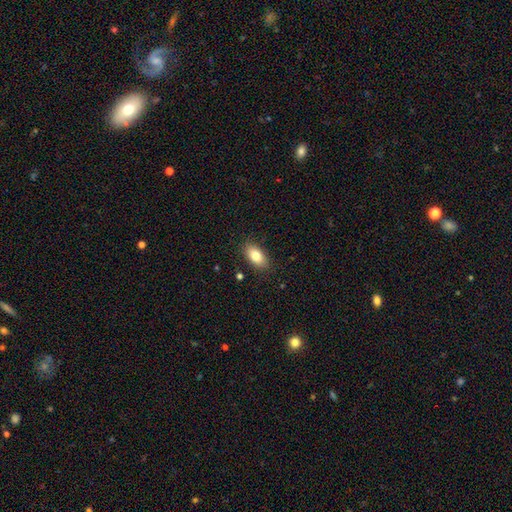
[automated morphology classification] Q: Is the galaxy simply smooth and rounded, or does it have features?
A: smooth — 81%.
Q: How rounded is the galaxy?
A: in between — 91%.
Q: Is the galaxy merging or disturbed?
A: none — 87%.